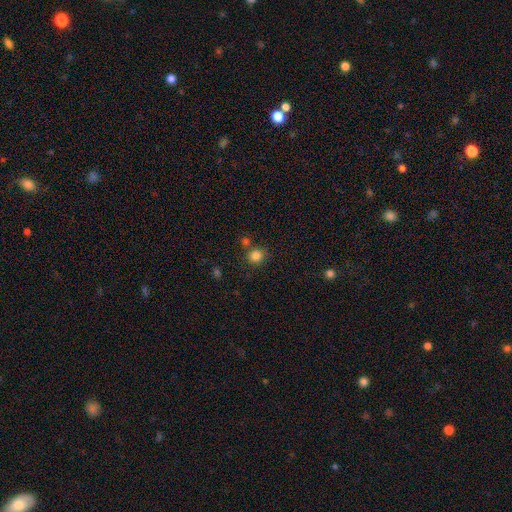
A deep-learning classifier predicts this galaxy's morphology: A smooth galaxy with no disk features (83%) that is round (89%).

Vote fractions:
- Smooth or featured? smooth: 83% / star or artifact: 12% / featured or disk: 4%
- How rounded? round: 89% / in between: 10% / cigar-shaped: 1%
- Merging? none: 73% / merger: 14% / minor disturbance: 9% / major disturbance: 3%